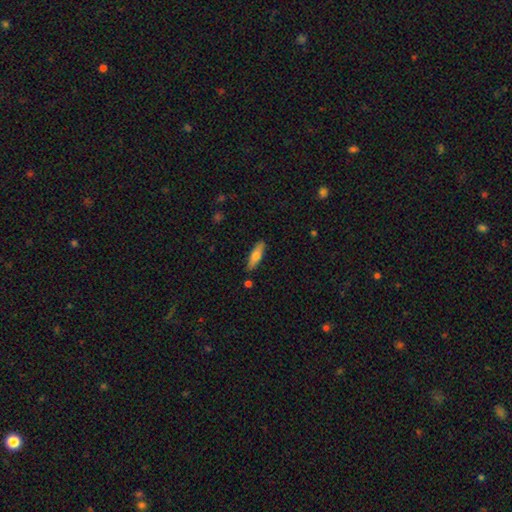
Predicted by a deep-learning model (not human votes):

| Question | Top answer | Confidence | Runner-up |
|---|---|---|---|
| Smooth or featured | smooth | 69% | featured or disk (25%) |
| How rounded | cigar-shaped | 58% | in between (40%) |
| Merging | none | 85% | minor disturbance (10%) |